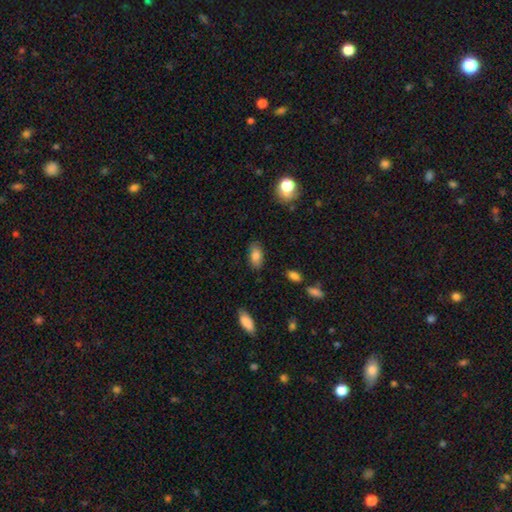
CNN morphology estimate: smooth-or-featured: smooth: 82% | featured or disk: 10% | star or artifact: 8%
  how-rounded: in between: 92% | cigar-shaped: 4% | round: 4%
  merging: none: 82% | minor disturbance: 13% | major disturbance: 3% | merger: 2%